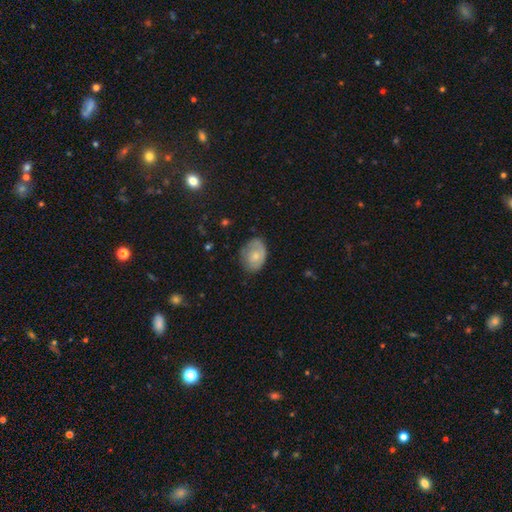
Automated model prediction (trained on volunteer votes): Morphology: type=smooth (64%); roundness=in between (76%); merging=none (61%).